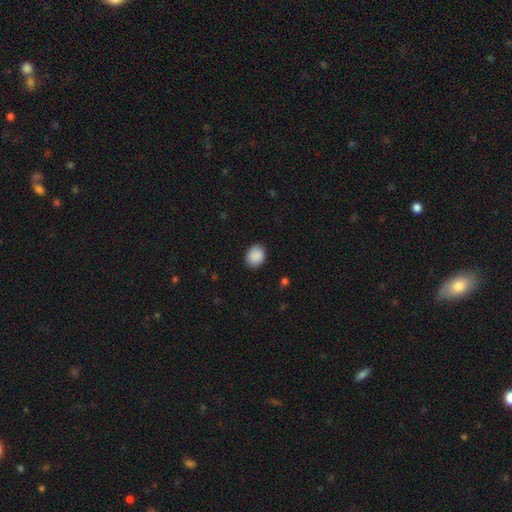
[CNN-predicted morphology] Smooth or featured? Predicted: smooth (p=0.89). How rounded? Predicted: round (p=0.55). Merging? Predicted: none (p=0.86).